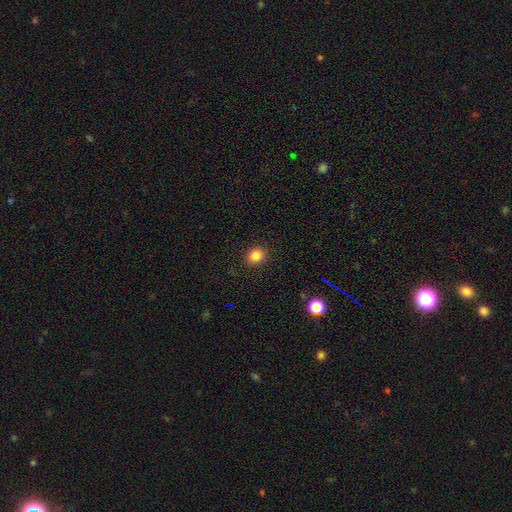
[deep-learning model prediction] This appears to be a smooth galaxy with no disk features (85%) that is round (77%). Merging: none (91%).